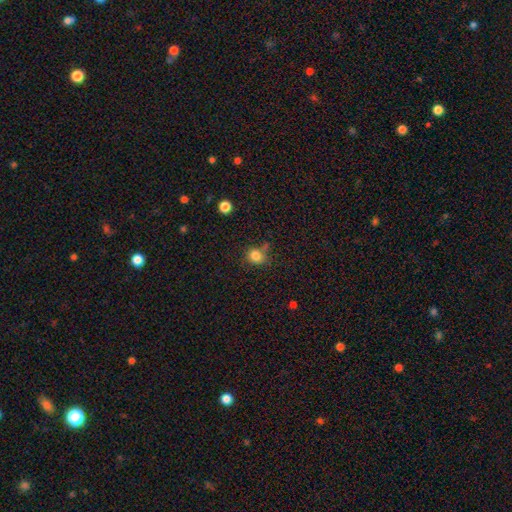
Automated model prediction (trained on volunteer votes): Smooth or featured: smooth — 82% (star or artifact — 12%)
How rounded: round — 77% (in between — 22%)
Merging: none — 64% (minor disturbance — 20%)